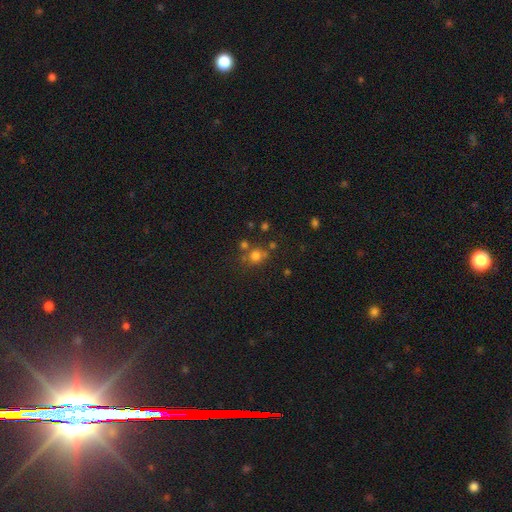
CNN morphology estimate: Smooth or featured?
  - smooth: 72% *
  - star or artifact: 18%
  - featured or disk: 10%
How rounded?
  - round: 82% *
  - in between: 17%
  - cigar-shaped: 1%
Merging?
  - none: 62% *
  - merger: 19%
  - minor disturbance: 13%
  - major disturbance: 6%